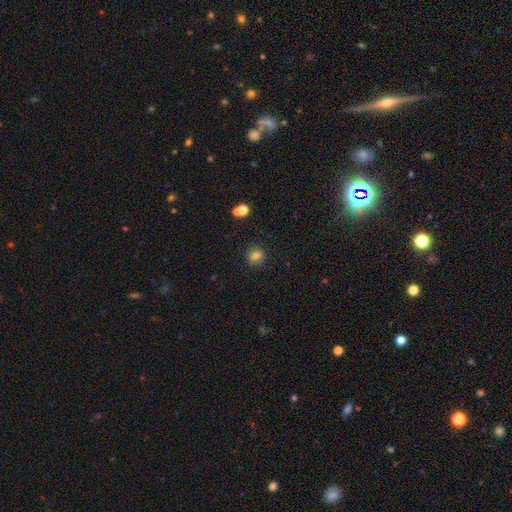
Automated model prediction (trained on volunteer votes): smooth 80%, star or artifact 12%, featured or disk 8%. Down the decision tree: how rounded — round (87%); merging — none (88%).